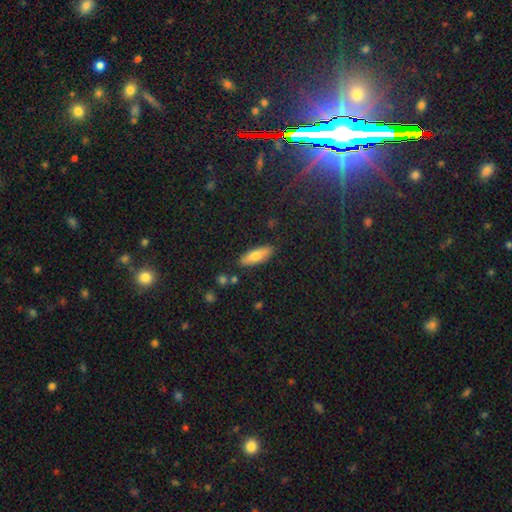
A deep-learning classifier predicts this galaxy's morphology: smooth 73%, featured or disk 20%, star or artifact 7%. Down the decision tree: how rounded — in between (58%); merging — none (86%).